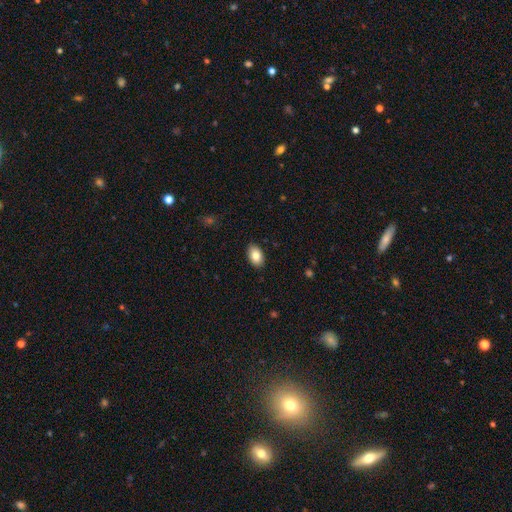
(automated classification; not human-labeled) A smooth galaxy with no disk features (84%) that is in between round and cigar-shaped (90%). Merging: none (89%).